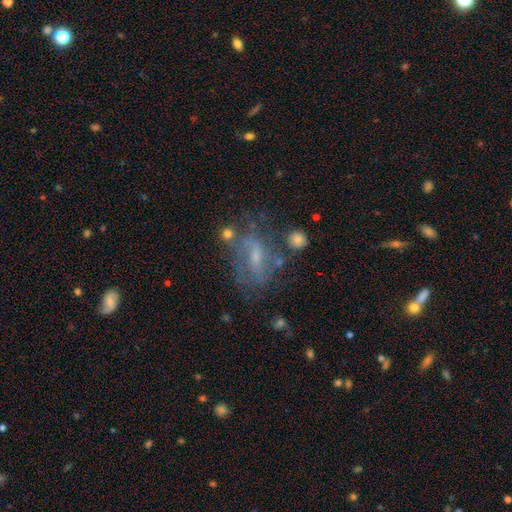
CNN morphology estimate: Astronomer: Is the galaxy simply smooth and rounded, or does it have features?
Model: featured or disk — 60%.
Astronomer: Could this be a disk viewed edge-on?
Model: no — 92%.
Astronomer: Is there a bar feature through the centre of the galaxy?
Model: weak — 47% (runner-up: no, 31%).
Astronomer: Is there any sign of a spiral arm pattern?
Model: yes — 64%.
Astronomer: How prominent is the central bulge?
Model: small — 54% (runner-up: moderate, 31%).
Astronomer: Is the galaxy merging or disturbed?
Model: none — 49%.